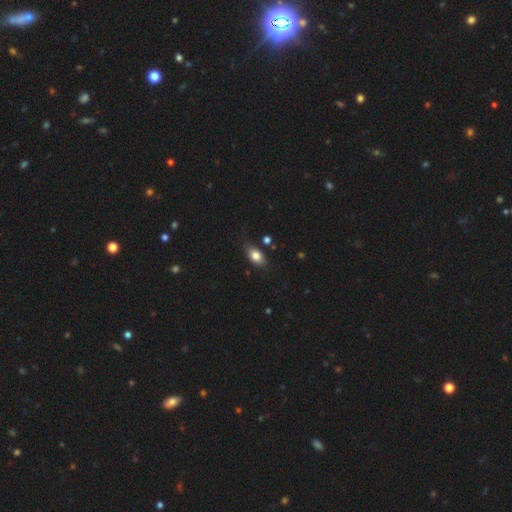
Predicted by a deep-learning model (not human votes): smooth-or-featured: smooth: 81% | featured or disk: 11% | star or artifact: 8%
  how-rounded: in between: 85% | round: 10% | cigar-shaped: 5%
  merging: none: 79% | minor disturbance: 15% | major disturbance: 3% | merger: 3%